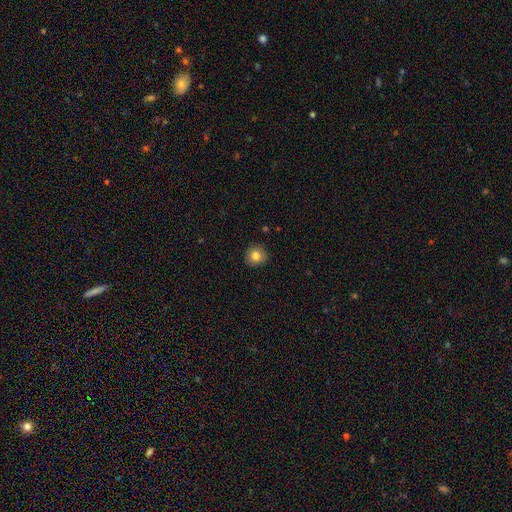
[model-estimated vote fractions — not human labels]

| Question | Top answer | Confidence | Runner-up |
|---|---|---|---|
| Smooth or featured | smooth | 82% | star or artifact (10%) |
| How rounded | round | 90% | in between (10%) |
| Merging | none | 88% | minor disturbance (9%) |